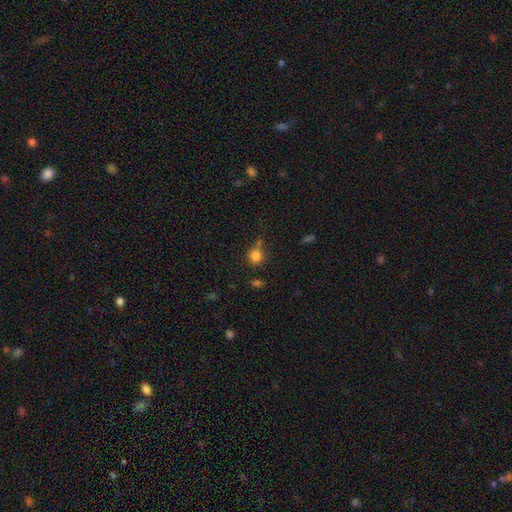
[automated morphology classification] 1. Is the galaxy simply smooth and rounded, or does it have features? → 81% smooth, 13% star or artifact, 6% featured or disk.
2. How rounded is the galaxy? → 86% round, 13% in between, 1% cigar-shaped.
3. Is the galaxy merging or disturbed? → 62% none, 18% merger, 14% minor disturbance, 5% major disturbance.